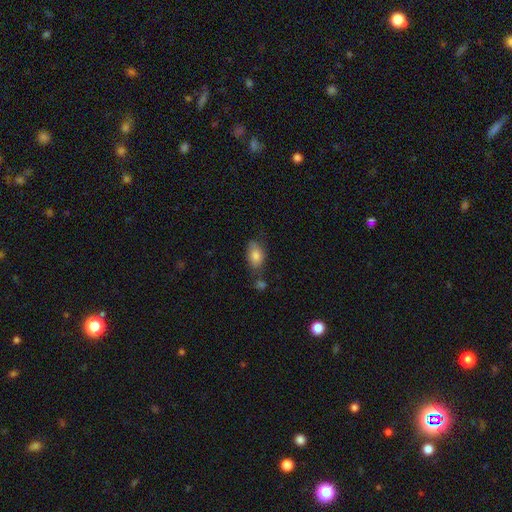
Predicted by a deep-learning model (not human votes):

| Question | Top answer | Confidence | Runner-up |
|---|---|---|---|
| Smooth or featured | smooth | 80% | featured or disk (12%) |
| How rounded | in between | 89% | round (7%) |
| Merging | none | 57% | minor disturbance (24%) |